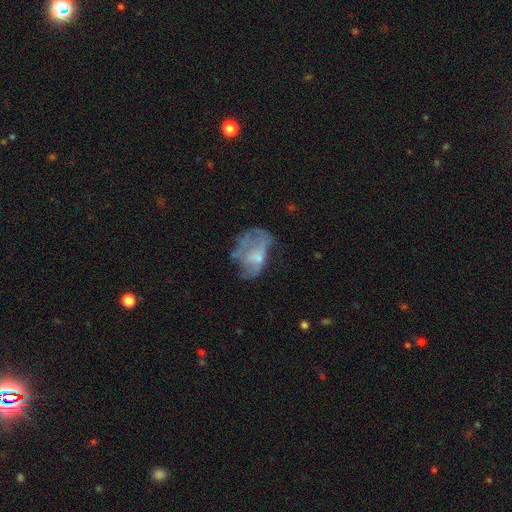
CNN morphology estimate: A featured or disk galaxy (52%). Merging: major disturbance (41%).